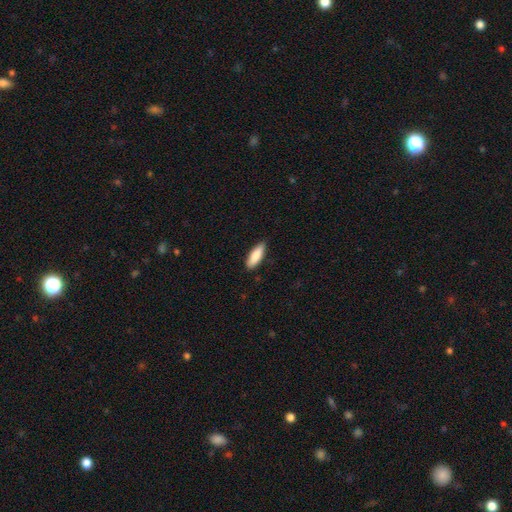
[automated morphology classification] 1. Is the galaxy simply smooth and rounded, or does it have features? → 85% smooth, 9% featured or disk, 6% star or artifact.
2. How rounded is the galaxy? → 58% in between, 41% cigar-shaped, 2% round.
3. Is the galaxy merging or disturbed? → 84% none, 13% minor disturbance, 2% major disturbance, 1% merger.